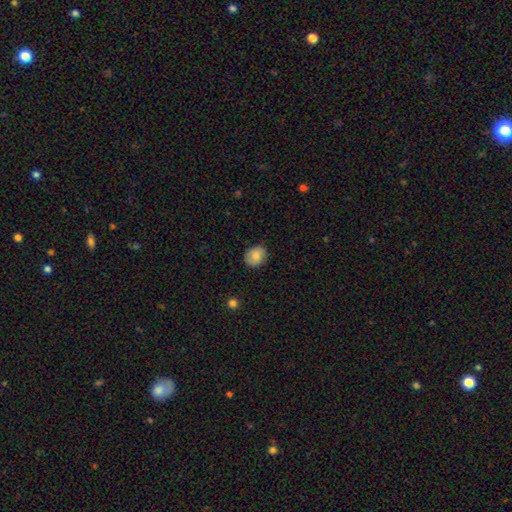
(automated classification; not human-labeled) A smooth galaxy with no disk features (87%) that is round (54%). Merging: none (83%).